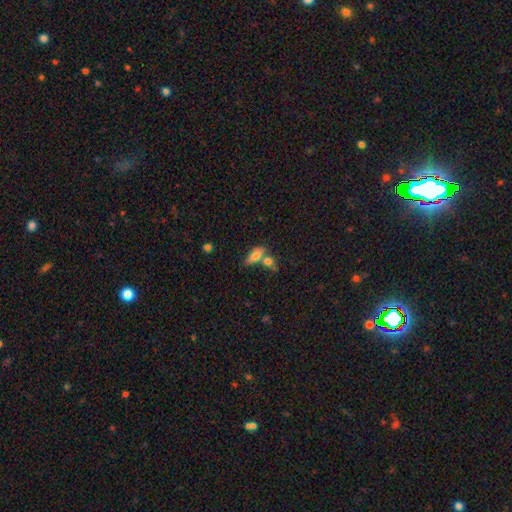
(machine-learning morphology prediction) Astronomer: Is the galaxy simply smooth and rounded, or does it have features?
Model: smooth — 75%.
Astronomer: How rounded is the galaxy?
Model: in between — 74%.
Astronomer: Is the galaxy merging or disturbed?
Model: merger — 46% (runner-up: none, 37%).